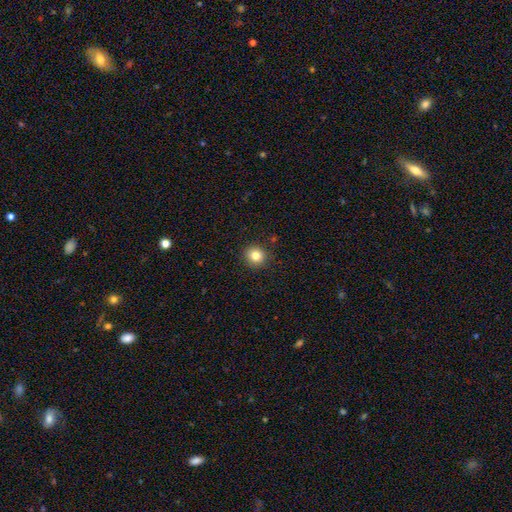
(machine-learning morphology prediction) This appears to be a smooth galaxy with no disk features (81%) that is round (91%). Merging: none (90%).